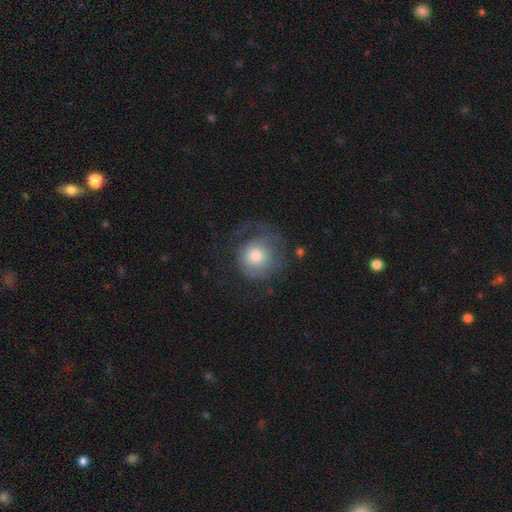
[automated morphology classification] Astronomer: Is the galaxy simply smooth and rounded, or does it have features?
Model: smooth — 55% (runner-up: featured or disk, 37%).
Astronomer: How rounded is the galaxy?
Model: round — 86%.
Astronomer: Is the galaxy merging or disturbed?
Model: none — 45% (runner-up: major disturbance, 32%).